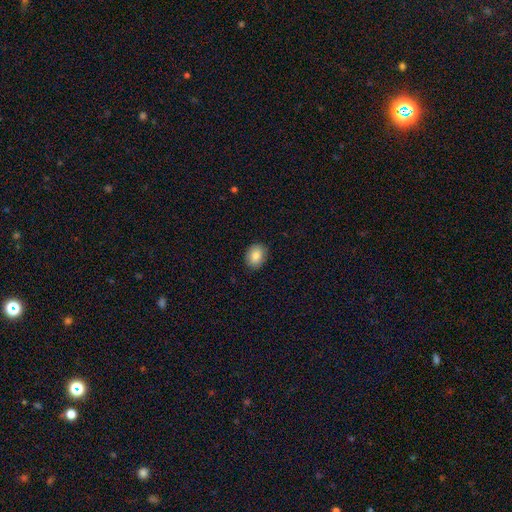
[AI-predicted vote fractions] Overall: smooth (85%). How rounded: in between (64%; round 35%). Merging: none (88%).